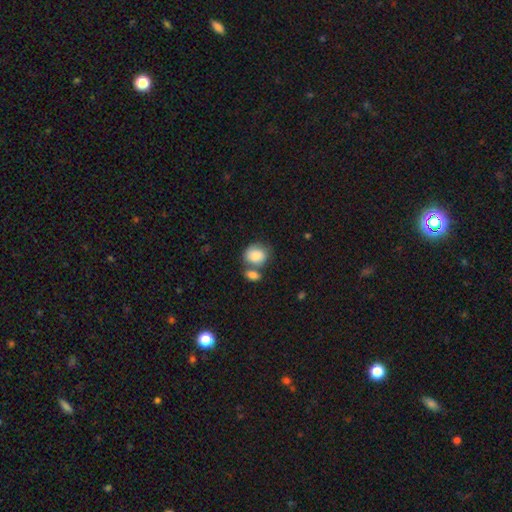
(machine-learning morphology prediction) A smooth galaxy with no disk features (83%) that is round (61%).

Vote fractions:
- Smooth or featured? smooth: 83% / featured or disk: 10% / star or artifact: 7%
- How rounded? round: 61% / in between: 38% / cigar-shaped: 1%
- Merging? none: 41% (tied) / merger: 41% (tied) / minor disturbance: 13% / major disturbance: 5%